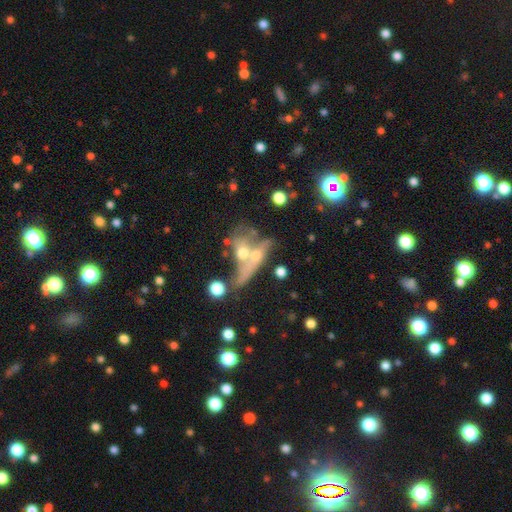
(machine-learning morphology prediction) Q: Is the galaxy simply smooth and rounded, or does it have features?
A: featured or disk — 45%.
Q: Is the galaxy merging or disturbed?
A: merger — 62%.